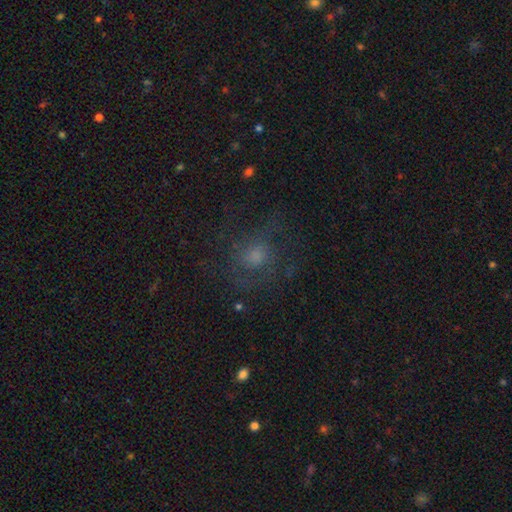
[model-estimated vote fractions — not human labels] A featured or disk galaxy (42%).

Vote fractions:
- Smooth or featured? featured or disk: 42% / smooth: 41% / star or artifact: 16%
- Merging? none: 60% / major disturbance: 20% / minor disturbance: 18% / merger: 2%